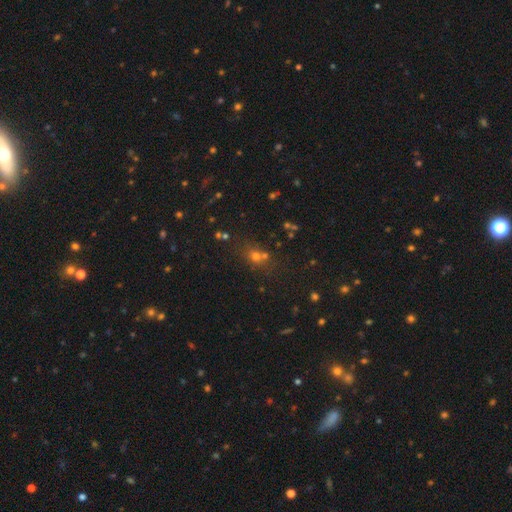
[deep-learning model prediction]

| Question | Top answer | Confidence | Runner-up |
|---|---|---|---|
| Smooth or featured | smooth | 53% | star or artifact (36%) |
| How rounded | round | 68% | in between (29%) |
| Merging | none | 60% | merger (24%) |